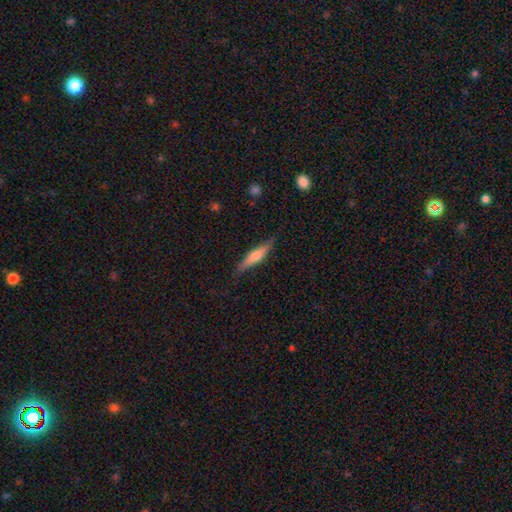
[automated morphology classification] smooth_or_featured: featured or disk (p=0.49) [alt: smooth p=0.45]
merging: none (p=0.82) [alt: minor disturbance p=0.14]